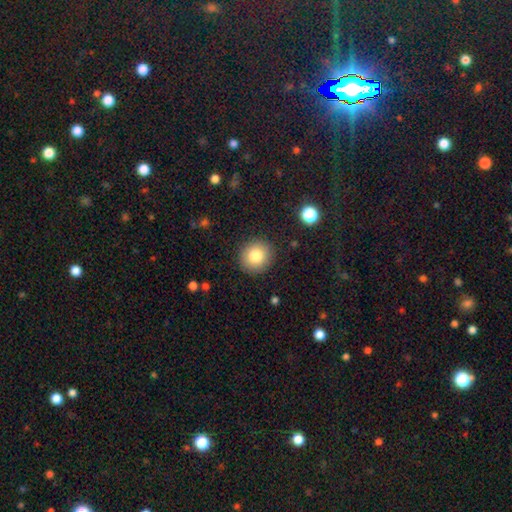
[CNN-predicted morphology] Smooth or featured? Predicted: smooth (p=0.82). How rounded? Predicted: round (p=0.87). Merging? Predicted: none (p=0.89).